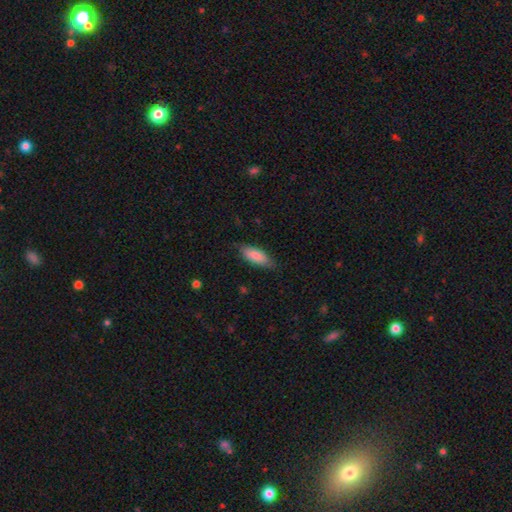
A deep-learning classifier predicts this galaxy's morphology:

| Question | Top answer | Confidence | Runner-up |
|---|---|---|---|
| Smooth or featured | smooth | 83% | featured or disk (11%) |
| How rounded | in between | 75% | cigar-shaped (23%) |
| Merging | none | 77% | minor disturbance (18%) |